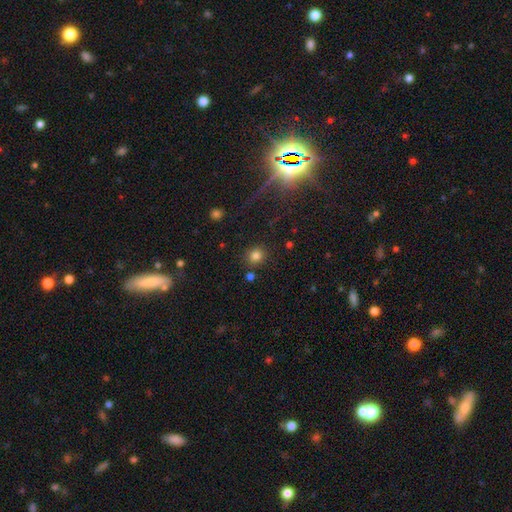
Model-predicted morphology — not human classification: Q: Smooth or featured?
A: smooth (80%); runner-up: star or artifact (15%)
Q: How rounded?
A: round (83%); runner-up: in between (16%)
Q: Merging?
A: none (84%); runner-up: minor disturbance (8%)